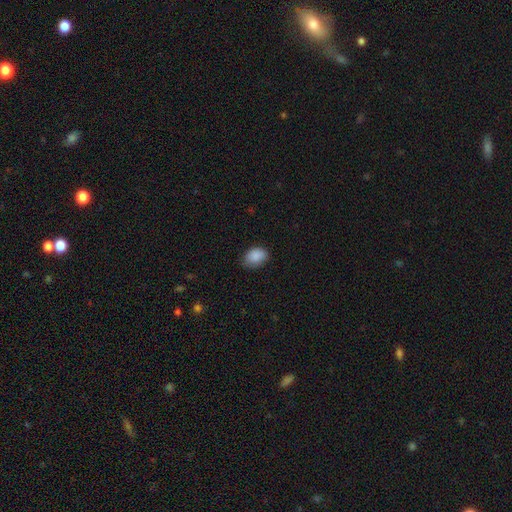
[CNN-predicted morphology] smooth 88%, star or artifact 8%, featured or disk 4%. Down the decision tree: how rounded — in between (79%); merging — none (73%).